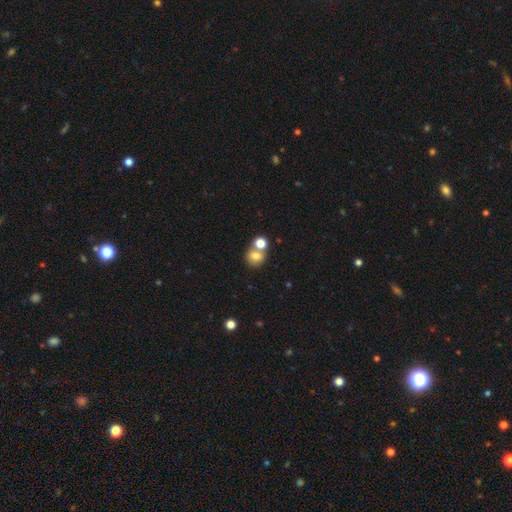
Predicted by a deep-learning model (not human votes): A smooth galaxy with no disk features (76%) that is round (70%).

Vote fractions:
- Smooth or featured? smooth: 76% / star or artifact: 12% / featured or disk: 12%
- How rounded? round: 70% / in between: 29% / cigar-shaped: 1%
- Merging? none: 46% / merger: 41% / minor disturbance: 9% / major disturbance: 4%